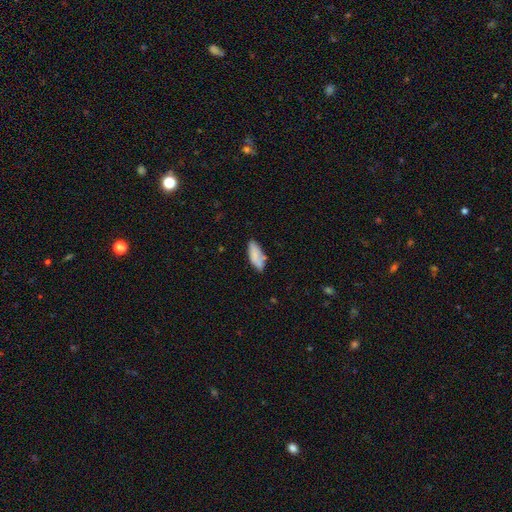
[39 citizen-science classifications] Smooth or featured? 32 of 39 (82%) said smooth. How rounded? 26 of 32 (81%) said in between. Merging? 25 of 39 (64%) said none.